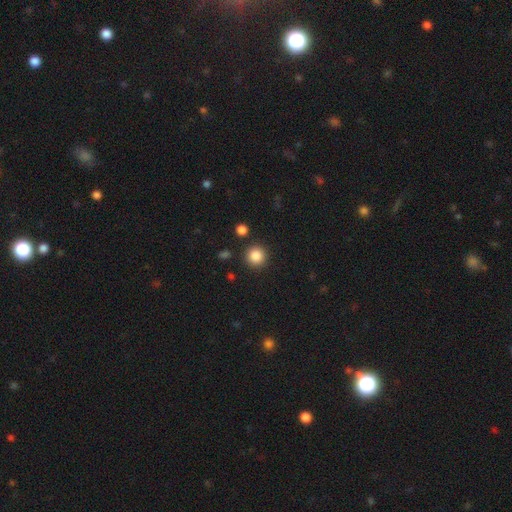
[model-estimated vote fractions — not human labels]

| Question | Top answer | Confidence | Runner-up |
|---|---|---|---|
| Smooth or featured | smooth | 86% | star or artifact (10%) |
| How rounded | round | 95% | in between (5%) |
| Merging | none | 89% | minor disturbance (6%) |